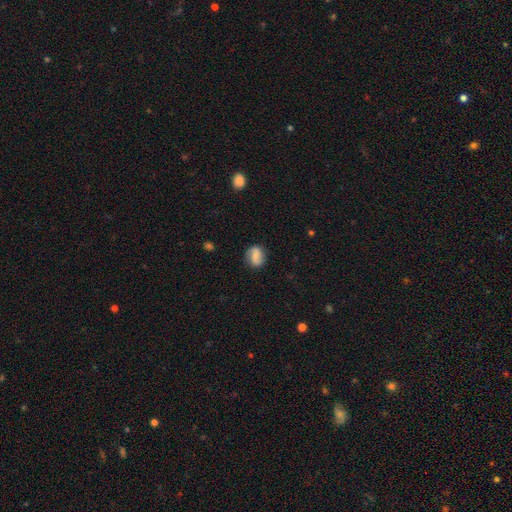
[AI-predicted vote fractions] Smooth or featured?
  - smooth: 46% *
  - featured or disk: 45%
  - star or artifact: 9%
Merging?
  - none: 79% *
  - minor disturbance: 14%
  - major disturbance: 5%
  - merger: 2%